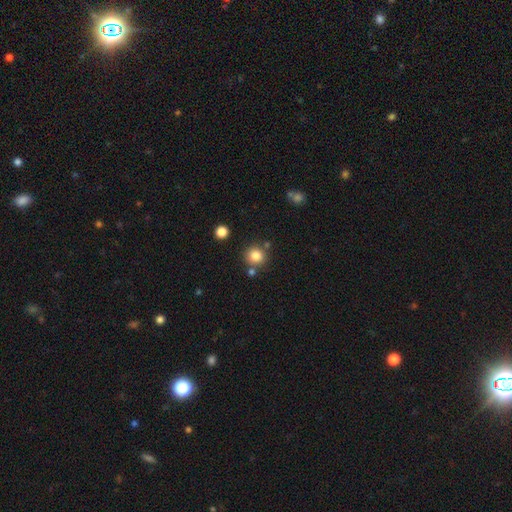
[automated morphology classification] Smooth or featured? Predicted: smooth (p=0.83). How rounded? Predicted: round (p=0.91). Merging? Predicted: none (p=0.78).